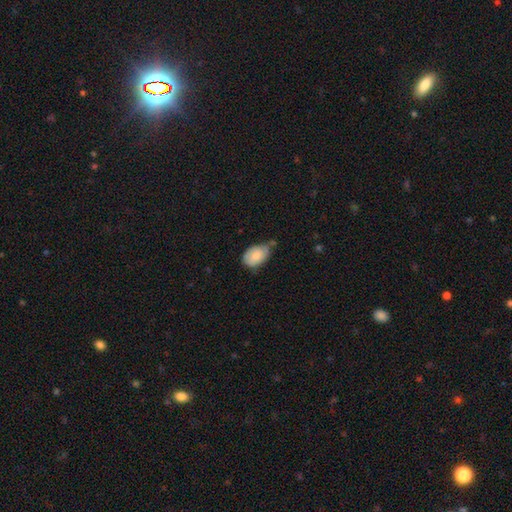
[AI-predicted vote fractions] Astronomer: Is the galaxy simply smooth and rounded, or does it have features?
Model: smooth — 80%.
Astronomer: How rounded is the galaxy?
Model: in between — 86%.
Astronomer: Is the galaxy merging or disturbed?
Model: none — 45% (runner-up: minor disturbance, 39%).